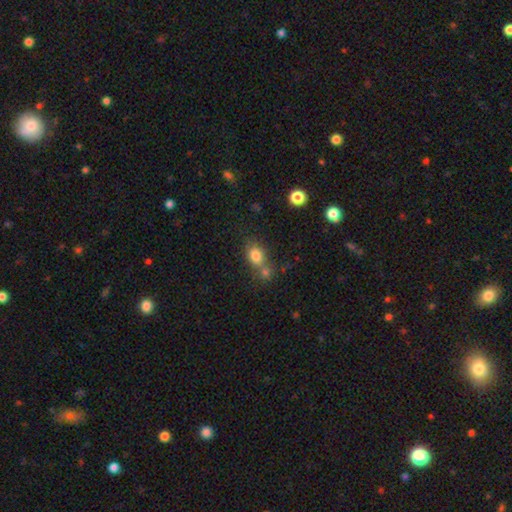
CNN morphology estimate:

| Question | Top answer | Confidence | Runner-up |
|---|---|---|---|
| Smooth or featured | smooth | 80% | star or artifact (11%) |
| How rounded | in between | 61% | round (38%) |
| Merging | none | 46% | merger (36%) |